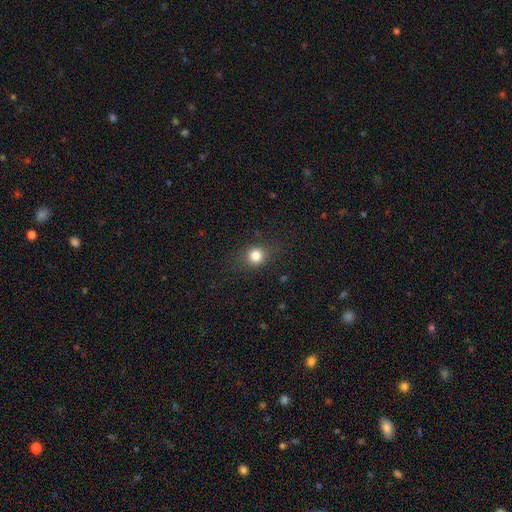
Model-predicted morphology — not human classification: type=smooth (81%); roundness=round (80%); merging=none (83%).